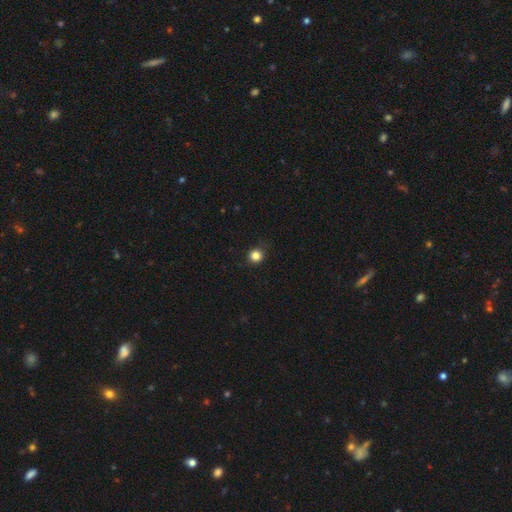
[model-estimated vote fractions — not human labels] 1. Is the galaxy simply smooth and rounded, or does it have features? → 84% smooth, 12% star or artifact, 4% featured or disk.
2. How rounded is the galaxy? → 91% round, 8% in between, 1% cigar-shaped.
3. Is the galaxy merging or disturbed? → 89% none, 8% minor disturbance, 2% major disturbance, 1% merger.